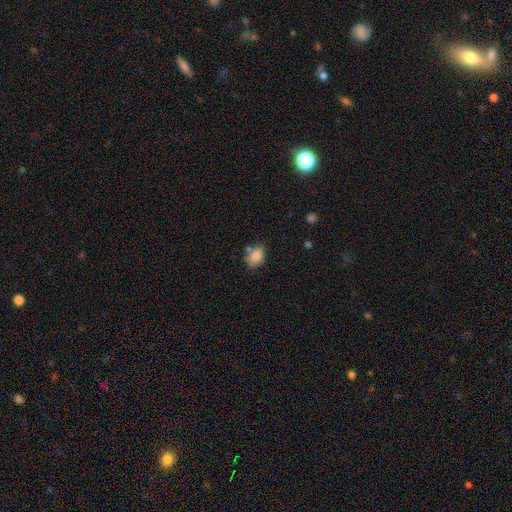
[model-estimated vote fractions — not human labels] Morphology: type=smooth (83%); roundness=in between (75%); merging=none (59%).